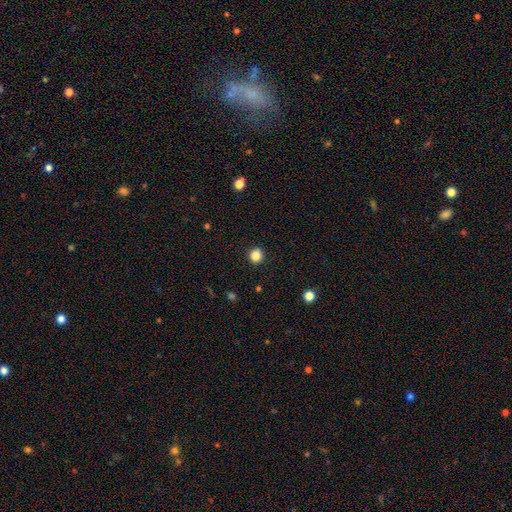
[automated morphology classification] This appears to be a smooth galaxy with no disk features (84%) that is round (86%). Merging: none (91%).